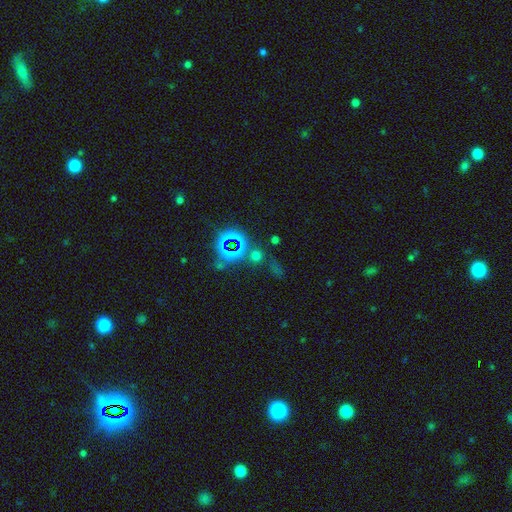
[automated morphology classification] Smooth or featured? Predicted: star or artifact (p=0.53).